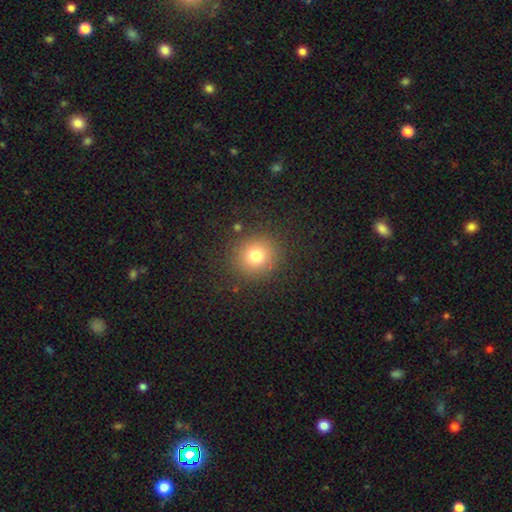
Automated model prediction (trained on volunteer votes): smooth-or-featured: smooth: 76% | star or artifact: 15% | featured or disk: 9%
  how-rounded: round: 91% | in between: 8% | cigar-shaped: 1%
  merging: none: 87% | minor disturbance: 8% | major disturbance: 4% | merger: 2%